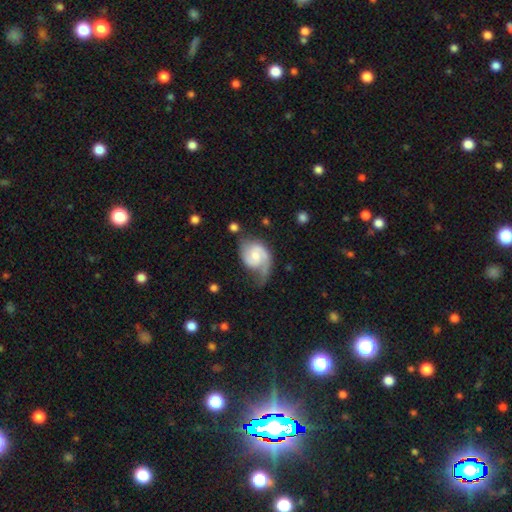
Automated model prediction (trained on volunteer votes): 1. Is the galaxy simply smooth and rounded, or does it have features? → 80% featured or disk, 15% smooth, 5% star or artifact.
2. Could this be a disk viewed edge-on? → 98% no, 2% yes.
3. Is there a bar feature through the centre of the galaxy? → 52% no, 41% weak, 7% strong.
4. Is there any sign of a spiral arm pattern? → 95% yes, 5% no.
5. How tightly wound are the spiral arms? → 47% medium, 27% tight, 25% loose.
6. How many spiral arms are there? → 74% 2, 16% 1, 6% can't tell, 2% 3, 1% 4, 1% more than 4.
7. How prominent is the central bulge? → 45% moderate, 42% small, 6% none, 6% large, 1% dominant.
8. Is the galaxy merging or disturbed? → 45% none, 30% minor disturbance, 22% major disturbance, 4% merger.